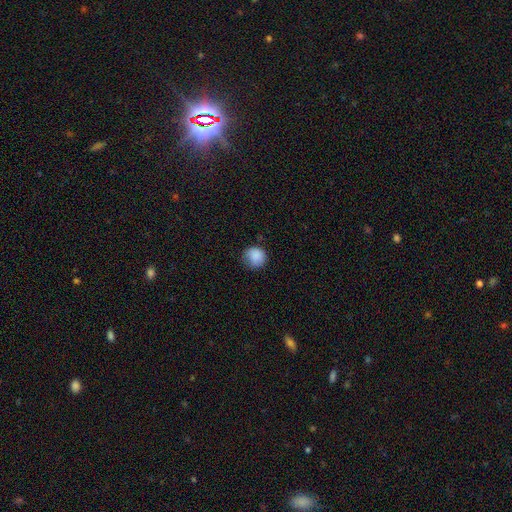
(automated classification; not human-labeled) Smooth or featured? smooth (88%)
How rounded? round (90%)
Merging? none (76%)